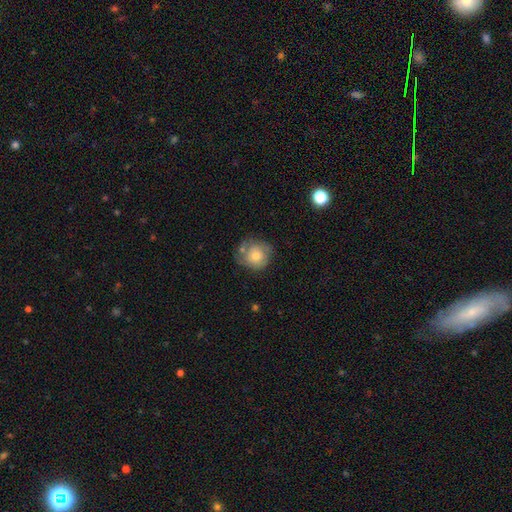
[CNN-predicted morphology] smooth 65%, featured or disk 28%, star or artifact 7%. Down the decision tree: how rounded — round (88%); merging — none (58%).